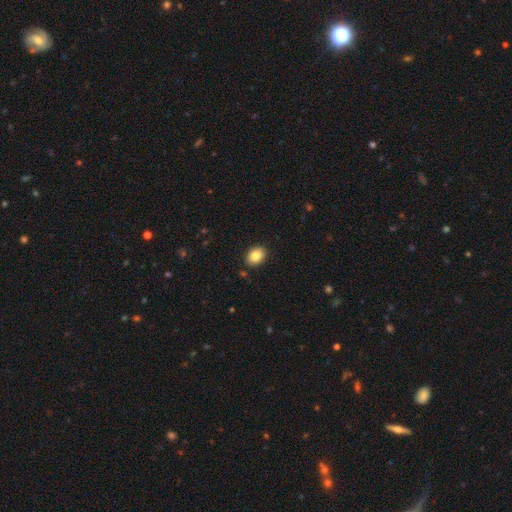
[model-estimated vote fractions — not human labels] Morphology: type=smooth (86%); roundness=in between (76%); merging=none (88%).